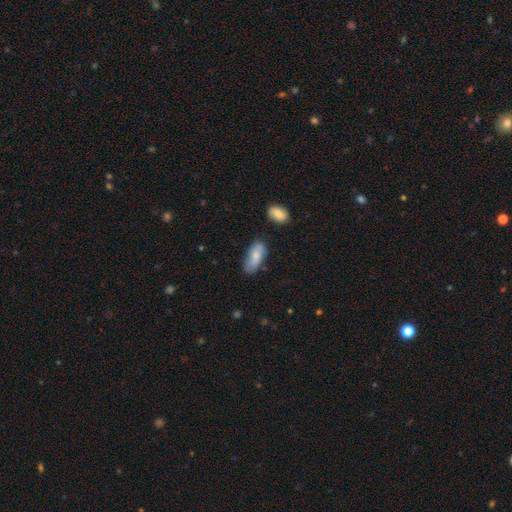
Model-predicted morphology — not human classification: Smooth or featured? smooth (73%)
How rounded? in between (86%)
Merging? none (66%)